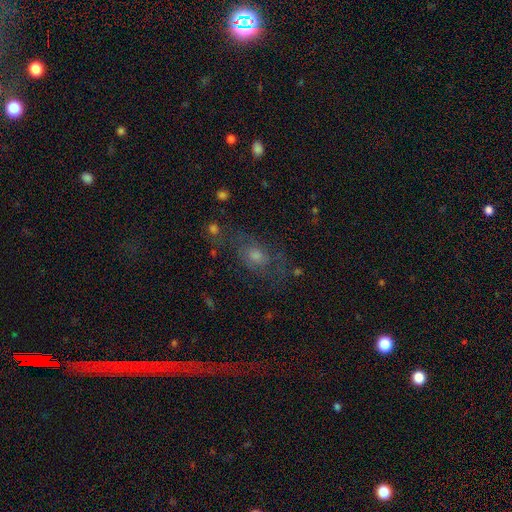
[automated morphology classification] Overall: featured or disk (47%; smooth 36%). Merging: none (56%; minor disturbance 21%).